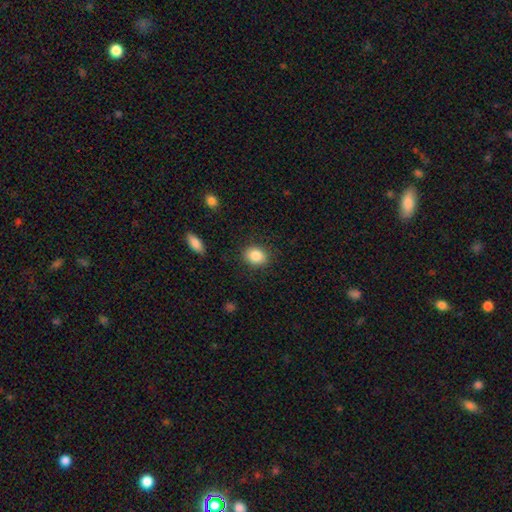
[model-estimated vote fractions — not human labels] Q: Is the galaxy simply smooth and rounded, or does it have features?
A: smooth — 86%.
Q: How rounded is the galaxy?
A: in between — 53%.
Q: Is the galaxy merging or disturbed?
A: none — 86%.